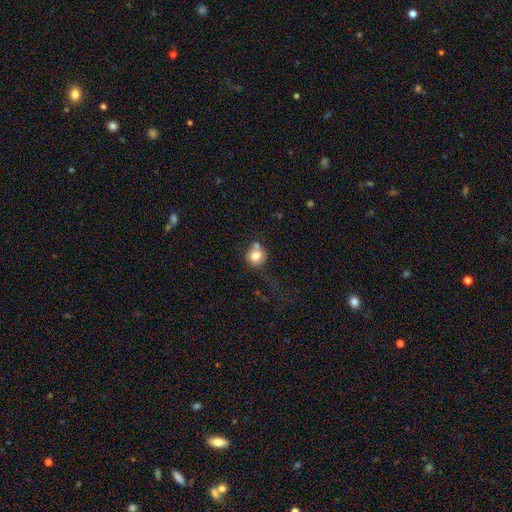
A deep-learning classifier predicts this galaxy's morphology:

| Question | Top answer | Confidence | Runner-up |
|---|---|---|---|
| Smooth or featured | smooth | 76% | featured or disk (14%) |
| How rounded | round | 84% | in between (15%) |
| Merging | none | 49% | merger (26%) |